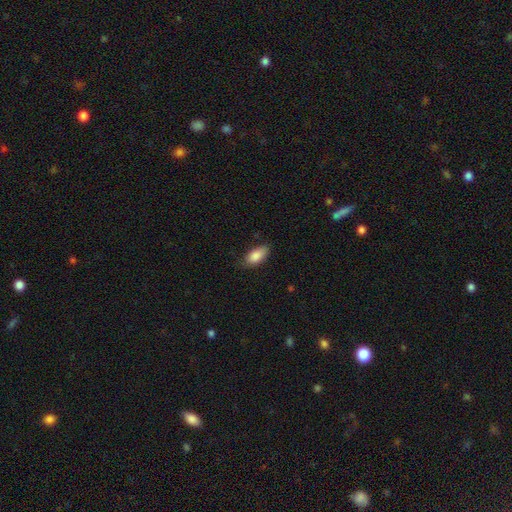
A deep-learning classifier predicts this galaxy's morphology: smooth_or_featured: smooth (p=0.87) [alt: star or artifact p=0.07]
how_rounded: in between (p=0.92) [alt: cigar-shaped p=0.05]
merging: none (p=0.73) [alt: minor disturbance p=0.22]